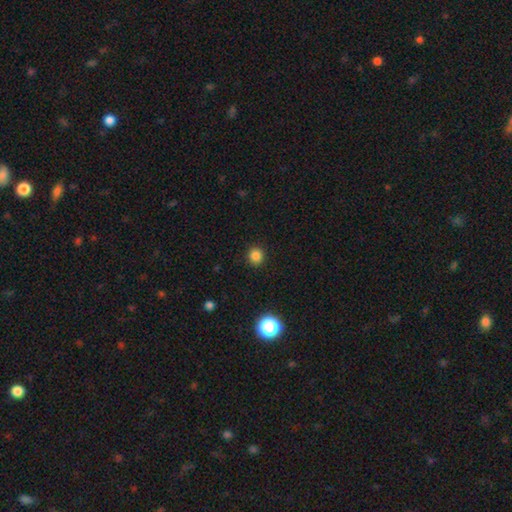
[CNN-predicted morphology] Smooth or featured? Predicted: smooth (p=0.83). How rounded? Predicted: round (p=0.91). Merging? Predicted: none (p=0.91).